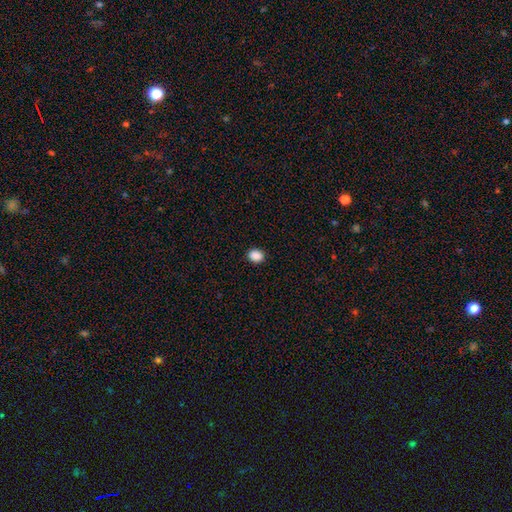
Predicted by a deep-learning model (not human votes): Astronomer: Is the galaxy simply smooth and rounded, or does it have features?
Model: smooth — 89%.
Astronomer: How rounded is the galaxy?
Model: round — 51% (runner-up: in between, 48%).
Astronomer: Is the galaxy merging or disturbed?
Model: none — 91%.